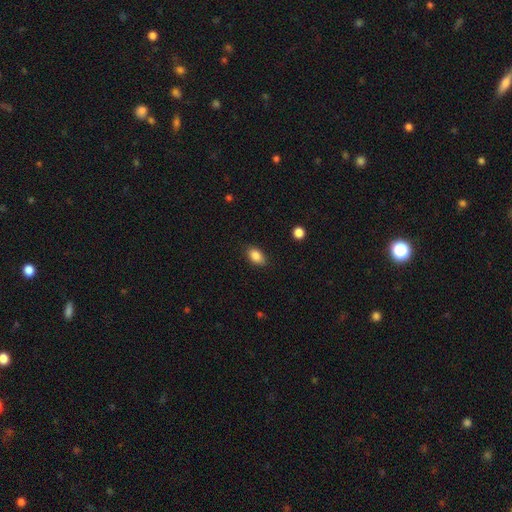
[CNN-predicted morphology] Q: Smooth or featured?
A: smooth (86%); runner-up: star or artifact (8%)
Q: How rounded?
A: in between (88%); runner-up: round (10%)
Q: Merging?
A: none (85%); runner-up: minor disturbance (12%)